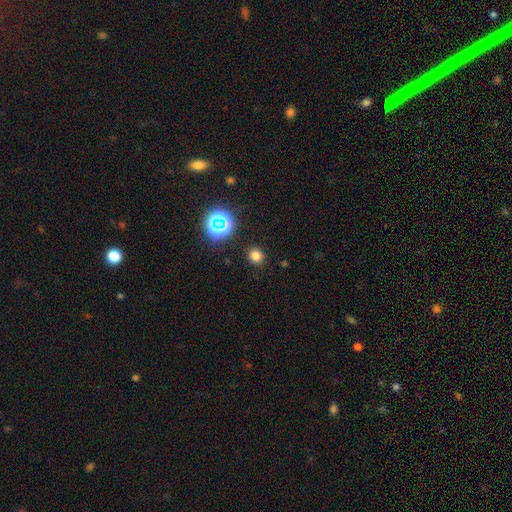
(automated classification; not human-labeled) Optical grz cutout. It shows a smooth galaxy with no disk features (74%) that is round (80%). Merging: none (89%).